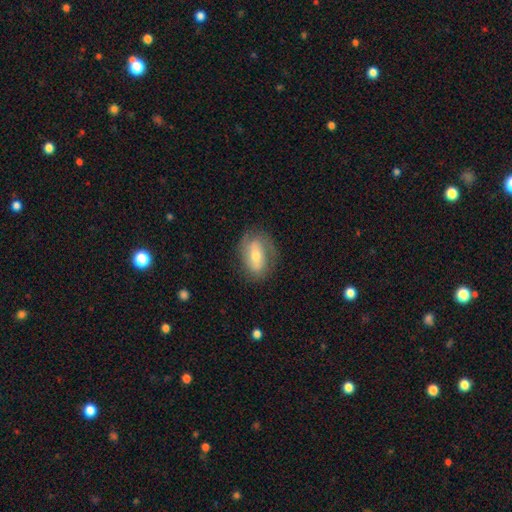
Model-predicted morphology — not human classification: Smooth or featured? featured or disk (59%)
Edge-on disk? no (92%)
Bar? weak (36%)
Spiral arms? yes (73%)
Bulge size? moderate (59%)
Merging? none (72%)